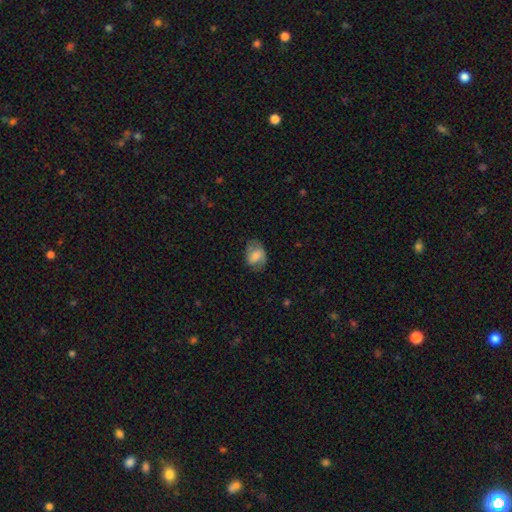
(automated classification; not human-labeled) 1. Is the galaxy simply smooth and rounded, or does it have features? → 60% smooth, 32% featured or disk, 8% star or artifact.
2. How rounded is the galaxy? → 71% in between, 28% round, 1% cigar-shaped.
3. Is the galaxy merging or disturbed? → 61% none, 26% minor disturbance, 12% major disturbance, 1% merger.